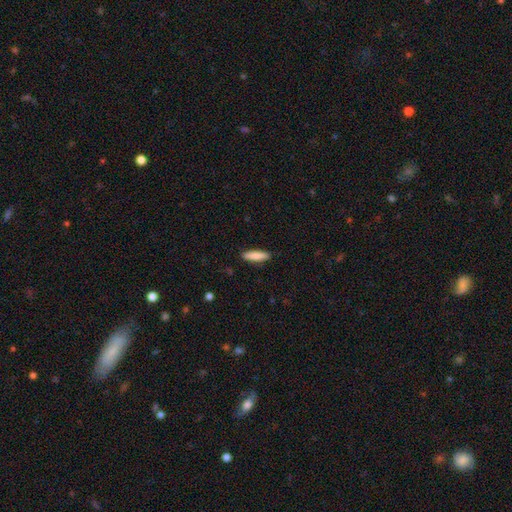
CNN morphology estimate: smooth 84%, featured or disk 10%, star or artifact 6%. Down the decision tree: how rounded — cigar-shaped (74%); merging — none (90%).